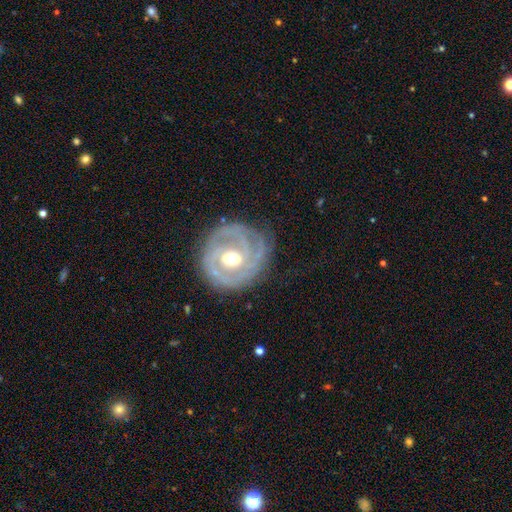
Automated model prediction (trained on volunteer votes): Smooth or featured? featured or disk (83%)
Edge-on disk? no (97%)
Bar? no (46%)
Spiral arms? yes (89%)
Spiral winding? tight (73%)
Spiral arm count? 2 (32%)
Bulge size? moderate (76%)
Merging? none (75%)